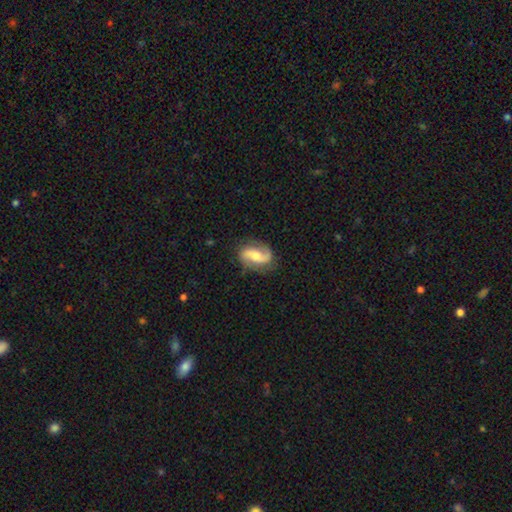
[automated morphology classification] smooth-or-featured: featured or disk: 78% | smooth: 16% | star or artifact: 6%
  disk-edge-on: no: 96% | yes: 4%
    bar: no: 39% | weak: 37% | strong: 24%
    has-spiral-arms: yes: 94% | no: 6%
      spiral-winding: loose: 54% | medium: 34% | tight: 12%
      spiral-arm-count: 2: 89% | 1: 5% | can't tell: 3% | 3: 1% | 4: 1% | more than 4: 1%
    bulge-size: moderate: 62% | small: 27% | large: 7% | none: 2% | dominant: 1%
  merging: none: 78% | minor disturbance: 15% | major disturbance: 5% | merger: 1%